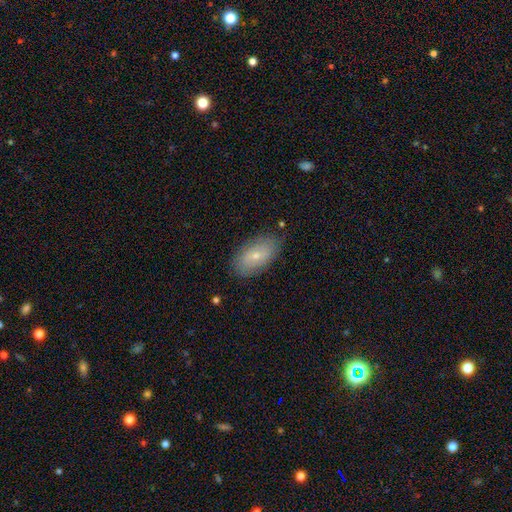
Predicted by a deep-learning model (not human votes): smooth-or-featured: smooth: 62% | featured or disk: 30% | star or artifact: 7%
  how-rounded: in between: 92% | round: 5% | cigar-shaped: 3%
  merging: none: 80% | minor disturbance: 15% | major disturbance: 3% | merger: 1%